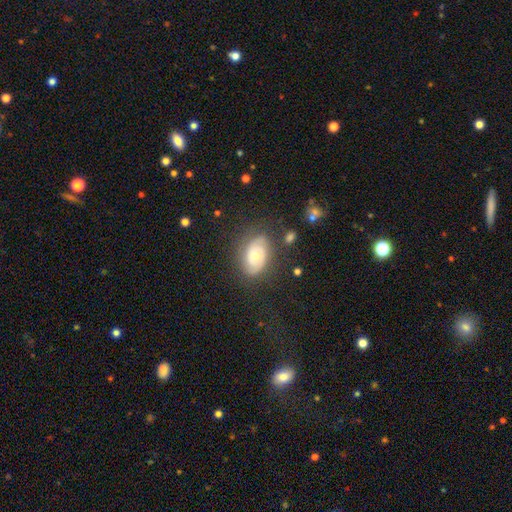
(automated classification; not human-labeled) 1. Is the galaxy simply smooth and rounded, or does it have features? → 61% featured or disk, 30% smooth, 9% star or artifact.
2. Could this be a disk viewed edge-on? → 95% no, 5% yes.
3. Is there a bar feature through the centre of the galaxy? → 78% no, 19% weak, 4% strong.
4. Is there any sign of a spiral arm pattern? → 79% yes, 21% no.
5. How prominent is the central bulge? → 61% moderate, 31% small, 5% large, 1% none, 1% dominant.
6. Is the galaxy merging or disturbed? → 72% none, 18% minor disturbance, 8% major disturbance, 2% merger.